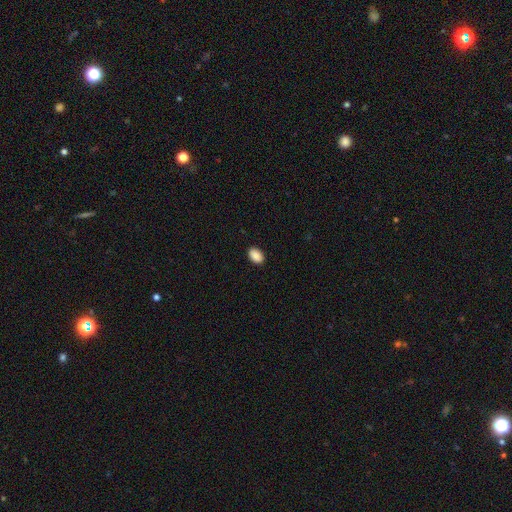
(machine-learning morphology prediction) Smooth or featured?
  - smooth: 90% *
  - star or artifact: 7%
  - featured or disk: 3%
How rounded?
  - in between: 89% *
  - round: 10%
  - cigar-shaped: 1%
Merging?
  - none: 89% *
  - minor disturbance: 8%
  - major disturbance: 2%
  - merger: 1%